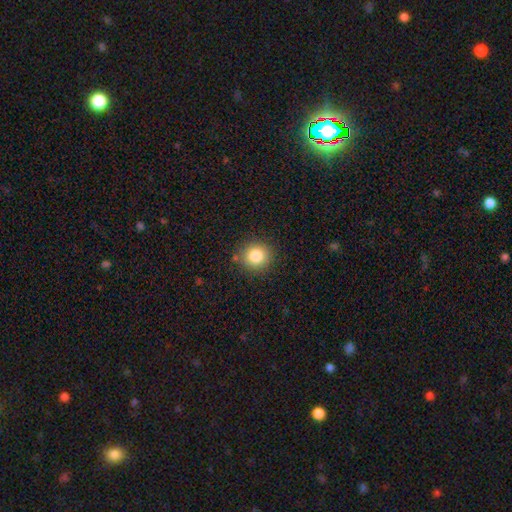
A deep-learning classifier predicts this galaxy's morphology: smooth_or_featured: smooth (p=0.83) [alt: star or artifact p=0.11]
how_rounded: round (p=0.87) [alt: in between p=0.12]
merging: none (p=0.87) [alt: minor disturbance p=0.08]